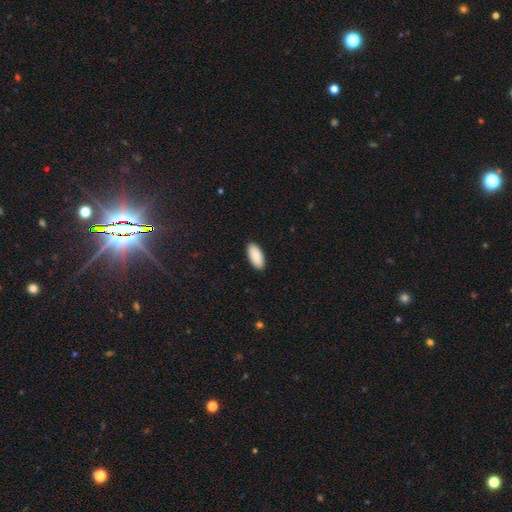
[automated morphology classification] A smooth galaxy with no disk features (92%) that is in between round and cigar-shaped (92%).

Vote fractions:
- Smooth or featured? smooth: 92% / star or artifact: 5% / featured or disk: 3%
- How rounded? in between: 92% / cigar-shaped: 7% / round: 2%
- Merging? none: 91% / minor disturbance: 7% / major disturbance: 2% / merger: 1%